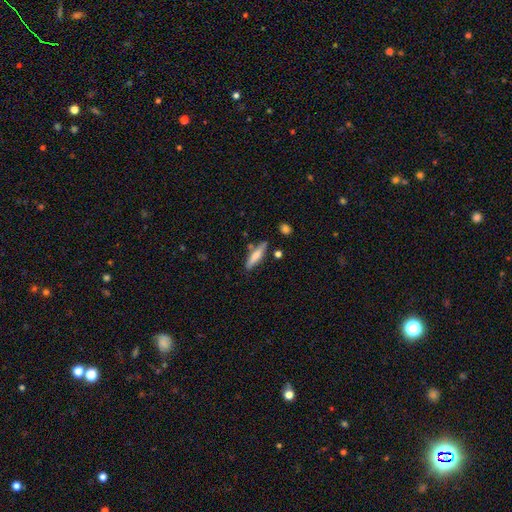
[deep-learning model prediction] Smooth or featured? Predicted: smooth (p=0.69). How rounded? Predicted: cigar-shaped (p=0.74). Merging? Predicted: none (p=0.74).